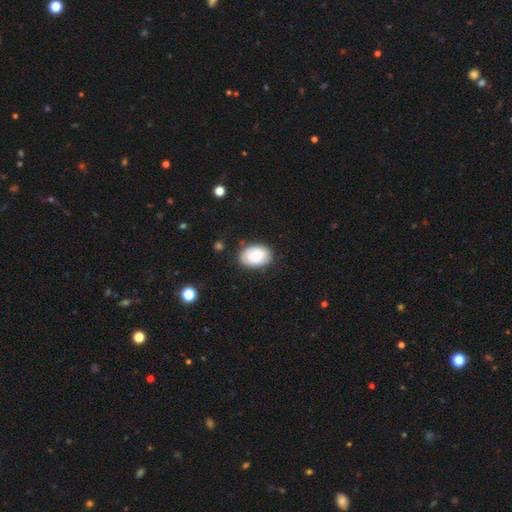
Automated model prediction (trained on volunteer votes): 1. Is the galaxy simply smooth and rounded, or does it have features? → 77% smooth, 15% featured or disk, 8% star or artifact.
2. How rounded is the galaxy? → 82% in between, 17% round, 1% cigar-shaped.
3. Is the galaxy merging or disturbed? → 78% none, 16% minor disturbance, 4% major disturbance, 2% merger.